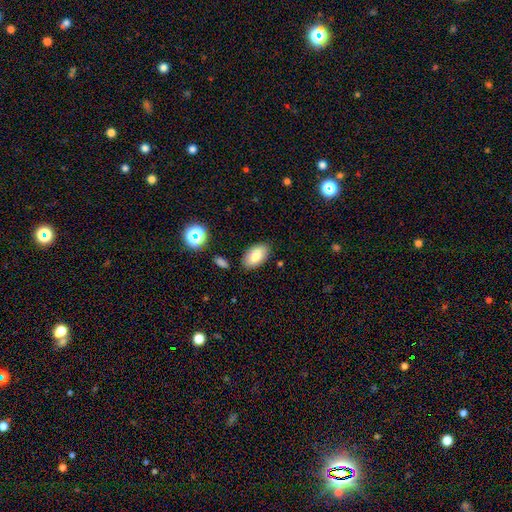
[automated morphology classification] smooth-or-featured: smooth: 80% | featured or disk: 11% | star or artifact: 8%
  how-rounded: in between: 94% | round: 5% | cigar-shaped: 2%
  merging: none: 84% | minor disturbance: 11% | merger: 3% | major disturbance: 3%